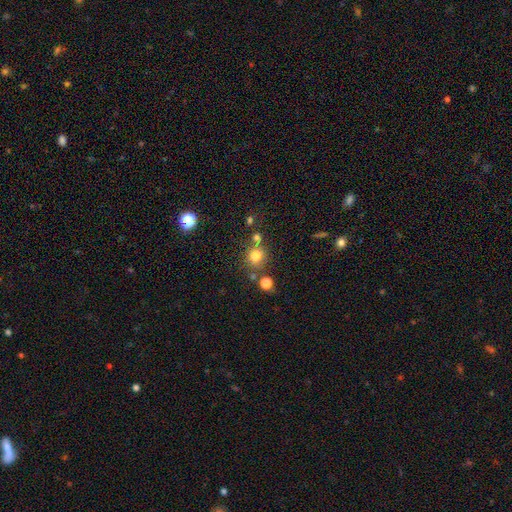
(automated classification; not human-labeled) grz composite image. It shows a smooth galaxy with no disk features (76%) that is round (84%). Merging: none (68%).